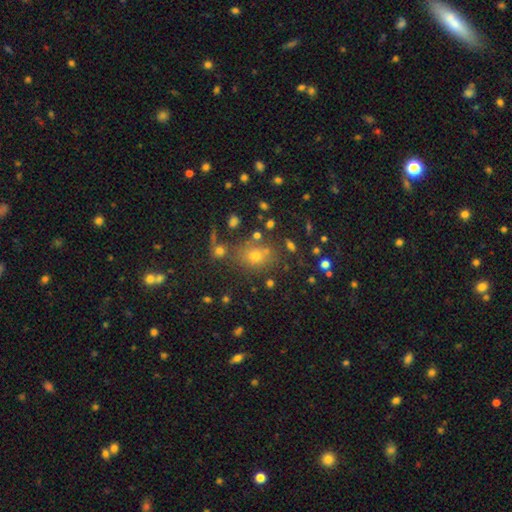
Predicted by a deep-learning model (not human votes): A smooth galaxy with no disk features (64%) that is round (64%). Merging: none (68%).